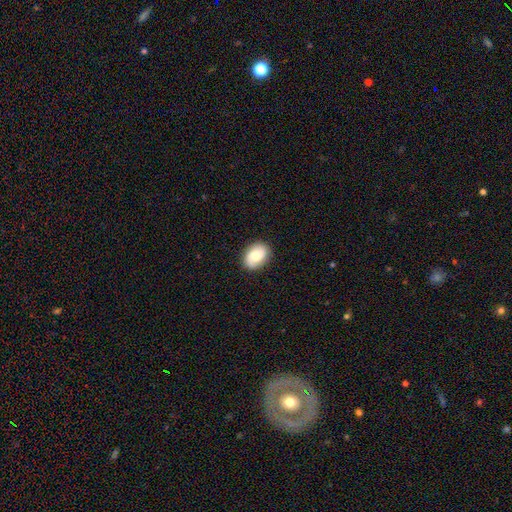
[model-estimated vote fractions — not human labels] Q: Smooth or featured?
A: smooth (54%); runner-up: featured or disk (38%)
Q: How rounded?
A: in between (70%); runner-up: round (29%)
Q: Merging?
A: none (85%); runner-up: minor disturbance (11%)